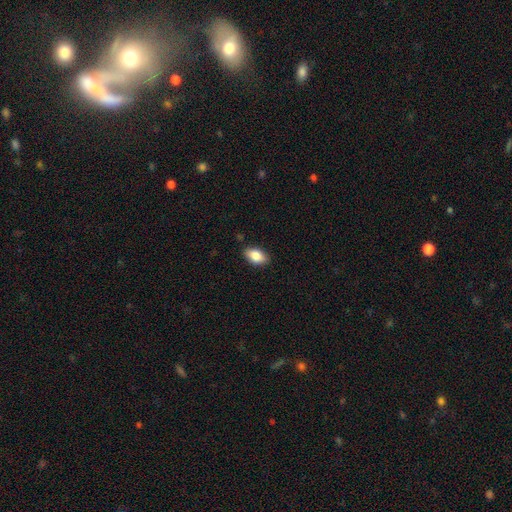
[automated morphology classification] This appears to be a smooth galaxy with no disk features (84%) that is in between round and cigar-shaped (90%). Merging: none (86%).